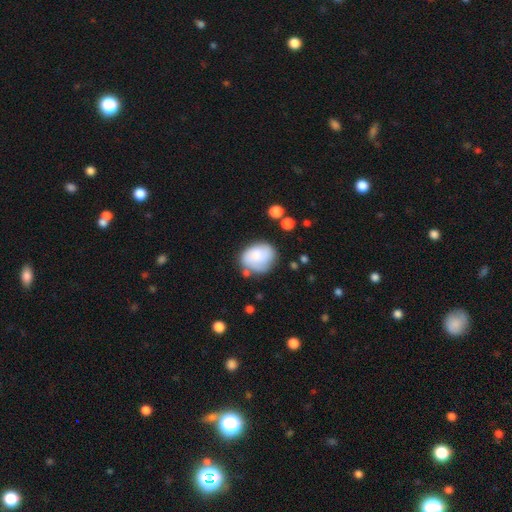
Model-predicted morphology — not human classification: Smooth or featured? Predicted: smooth (p=0.69). How rounded? Predicted: round (p=0.52). Merging? Predicted: none (p=0.57).